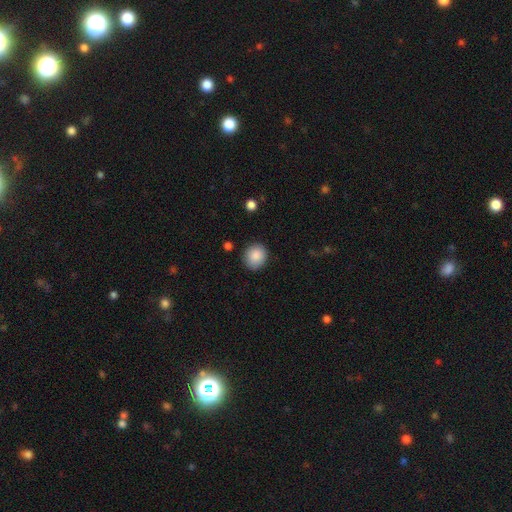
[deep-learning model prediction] Smooth or featured?
  - smooth: 88% *
  - star or artifact: 8%
  - featured or disk: 4%
How rounded?
  - round: 82% *
  - in between: 17%
  - cigar-shaped: 1%
Merging?
  - none: 88% *
  - minor disturbance: 9%
  - major disturbance: 2%
  - merger: 1%